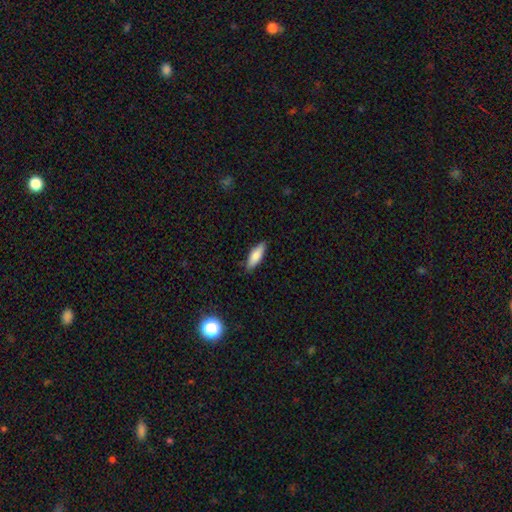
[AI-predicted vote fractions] Morphology: type=smooth (78%); roundness=in between (54%); merging=none (86%).